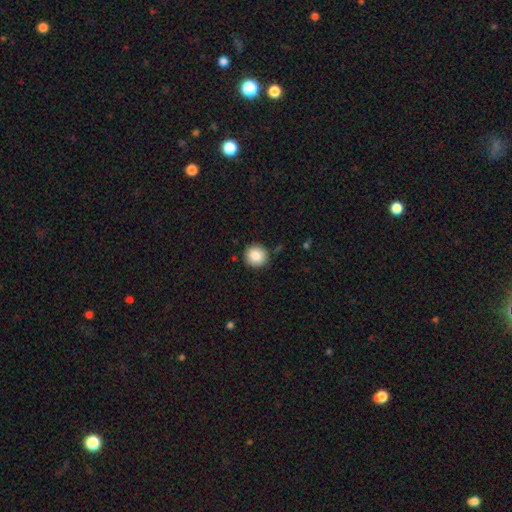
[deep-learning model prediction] Morphology: type=smooth (87%); roundness=round (94%); merging=none (89%).